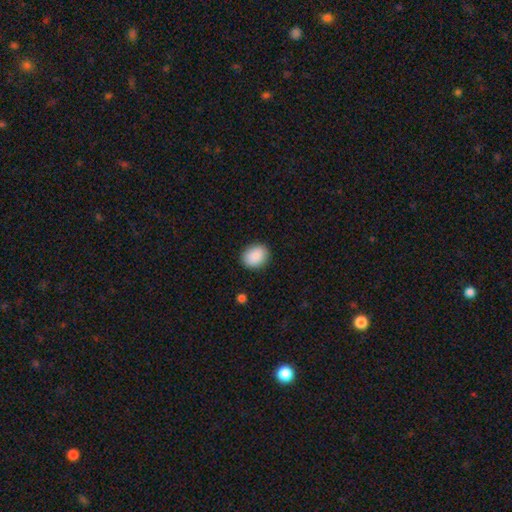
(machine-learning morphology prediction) type=smooth (89%); roundness=round (53%); merging=none (89%).